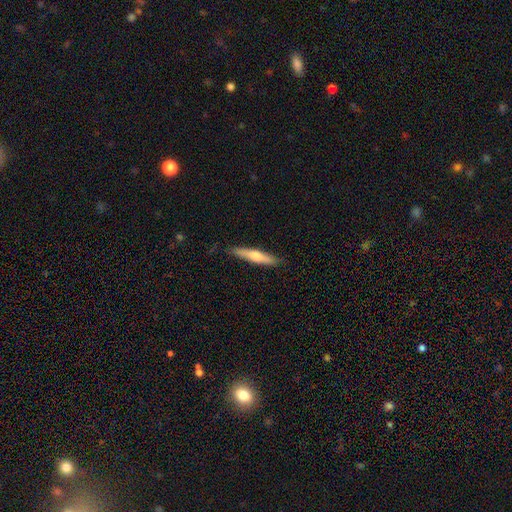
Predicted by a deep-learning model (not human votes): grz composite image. It shows a smooth galaxy with no disk features (52%) that is cigar-shaped (87%). Merging: none (85%).